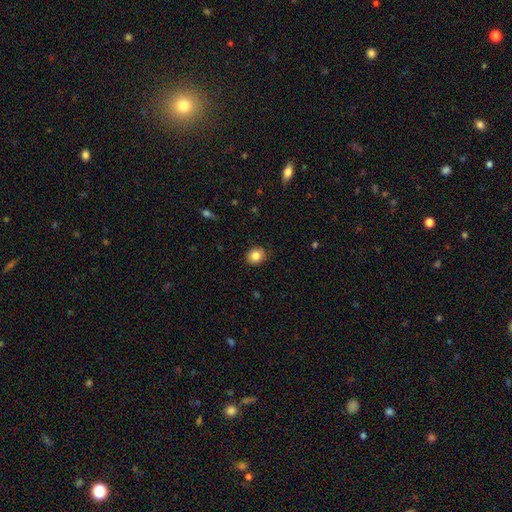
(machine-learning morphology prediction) Smooth or featured?
  - smooth: 85% *
  - star or artifact: 10%
  - featured or disk: 6%
How rounded?
  - round: 73% *
  - in between: 26%
  - cigar-shaped: 1%
Merging?
  - none: 86% *
  - minor disturbance: 10%
  - major disturbance: 2%
  - merger: 1%